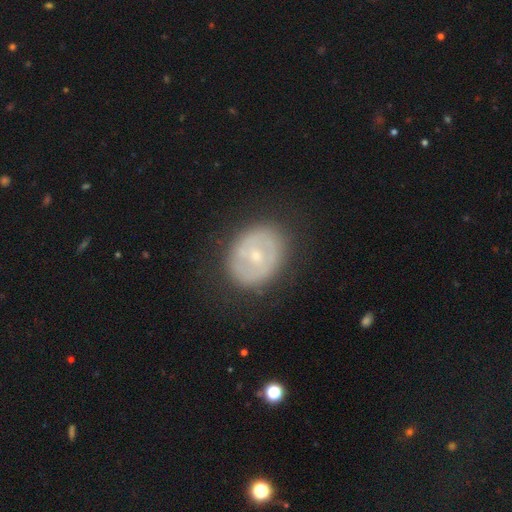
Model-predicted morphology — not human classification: smooth_or_featured: featured or disk (p=0.58) [alt: smooth p=0.36]
disk_edge_on: no (p=0.96) [alt: yes p=0.04]
bar: no (p=0.50) [alt: weak p=0.37]
has_spiral_arms: no (p=0.67) [alt: yes p=0.33]
bulge_size: small (p=0.48) [alt: moderate p=0.46]
merging: none (p=0.80) [alt: minor disturbance p=0.13]